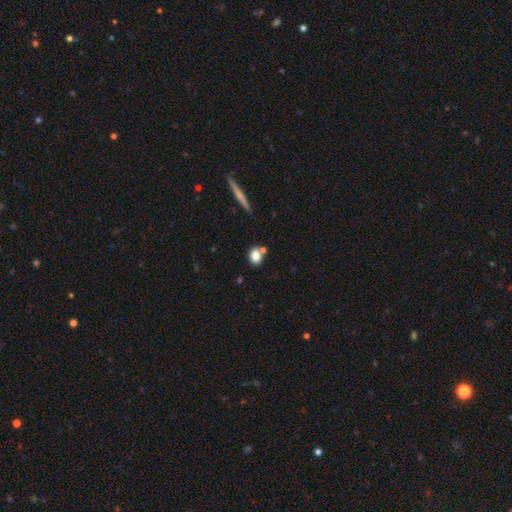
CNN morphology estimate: smooth 81%, star or artifact 10%, featured or disk 9%. Down the decision tree: how rounded — in between (55%); merging — none (66%).